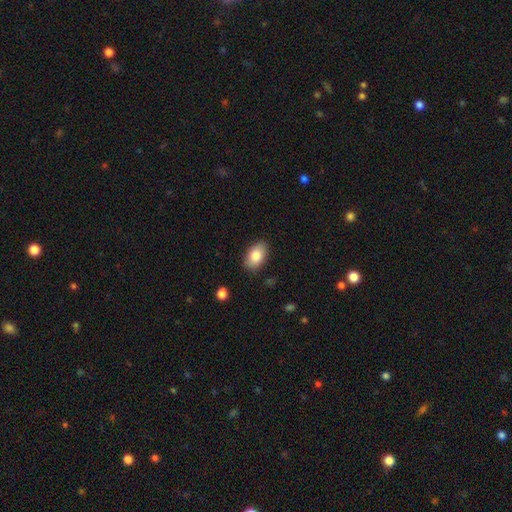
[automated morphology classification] Smooth or featured? Predicted: smooth (p=0.83). How rounded? Predicted: in between (p=0.91). Merging? Predicted: none (p=0.86).